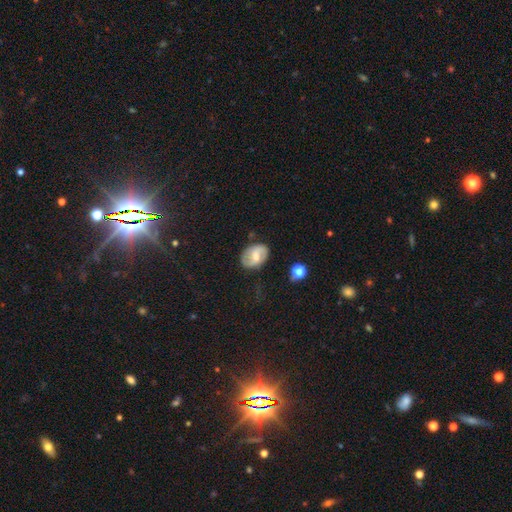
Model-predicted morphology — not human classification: Smooth or featured? Predicted: featured or disk (p=0.58). Edge-on disk? Predicted: no (p=0.96). Bar? Predicted: weak (p=0.47). Spiral arms? Predicted: yes (p=0.78). Bulge size? Predicted: moderate (p=0.63). Merging? Predicted: none (p=0.78).